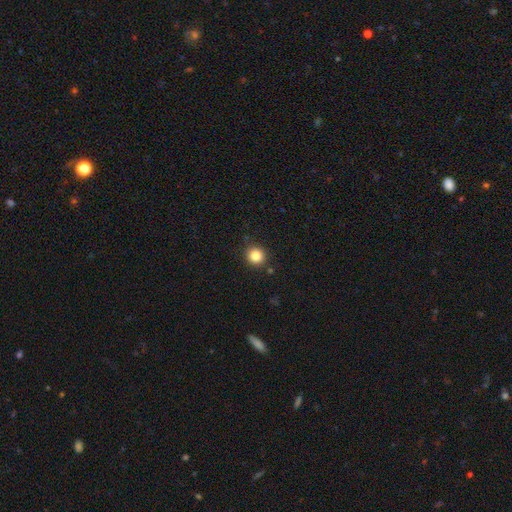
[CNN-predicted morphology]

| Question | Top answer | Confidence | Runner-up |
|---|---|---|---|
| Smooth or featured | smooth | 84% | star or artifact (11%) |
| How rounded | round | 93% | in between (6%) |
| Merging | none | 88% | minor disturbance (7%) |